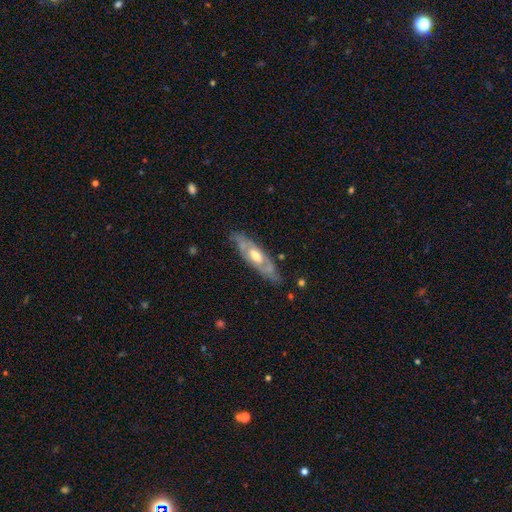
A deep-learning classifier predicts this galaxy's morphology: A featured or disk galaxy (73%) with no bar (61%), spiral arms (61%) and a moderate central bulge (69%).

Vote fractions:
- Smooth or featured? featured or disk: 73% / smooth: 22% / star or artifact: 5%
- Edge-on disk? no: 69% / yes: 31%
- Bar? no: 61% / weak: 30% / strong: 9%
- Spiral arms? yes: 61% / no: 39%
- Bulge size? moderate: 69% / small: 17% / large: 12% / none: 1% / dominant: 1%
- Merging? none: 76% / minor disturbance: 18% / major disturbance: 4% / merger: 2%